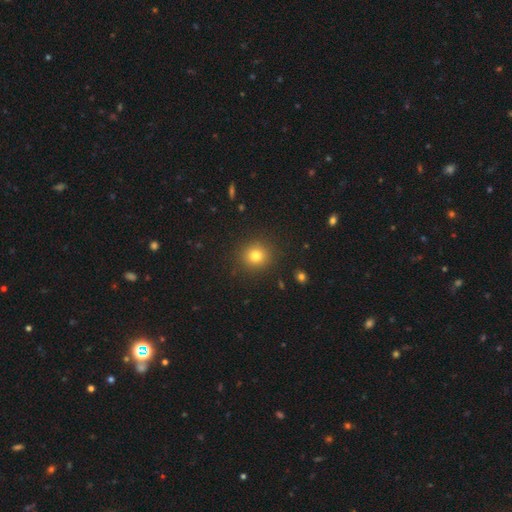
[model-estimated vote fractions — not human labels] A smooth galaxy with no disk features (79%) that is round (89%).

Vote fractions:
- Smooth or featured? smooth: 79% / star or artifact: 13% / featured or disk: 8%
- How rounded? round: 89% / in between: 10% / cigar-shaped: 1%
- Merging? none: 90% / minor disturbance: 6% / major disturbance: 2% / merger: 1%